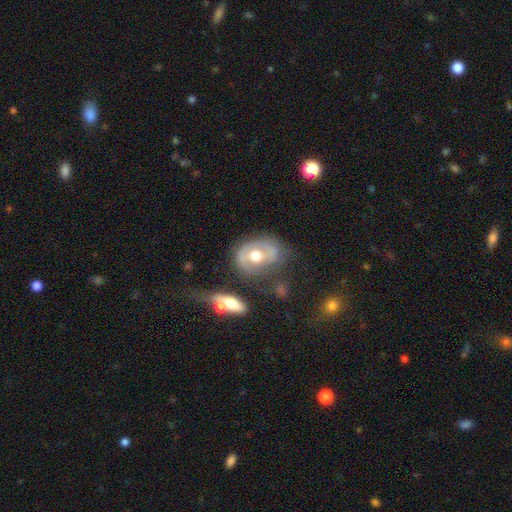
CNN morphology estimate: Overall: featured or disk (61%; smooth 32%). Edge-on disk: no (94%). Bar: no (75%). Spiral arms: no (57%; yes 43%). Bulge size: moderate (71%). Merging: none (53%; minor disturbance 23%).